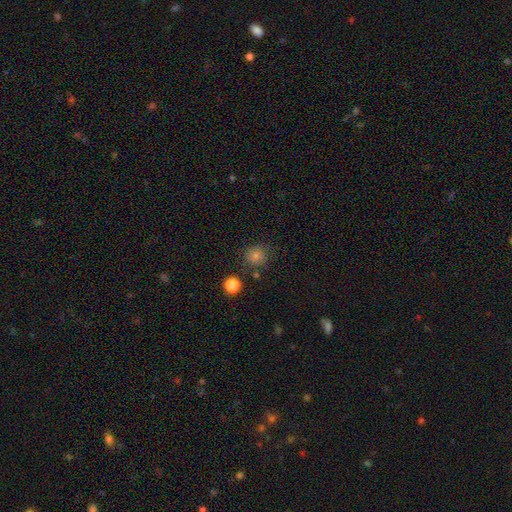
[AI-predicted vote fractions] smooth-or-featured: smooth: 73% | star or artifact: 19% | featured or disk: 7%
  how-rounded: round: 91% | in between: 8% | cigar-shaped: 1%
  merging: none: 82% | minor disturbance: 10% | merger: 4% | major disturbance: 3%